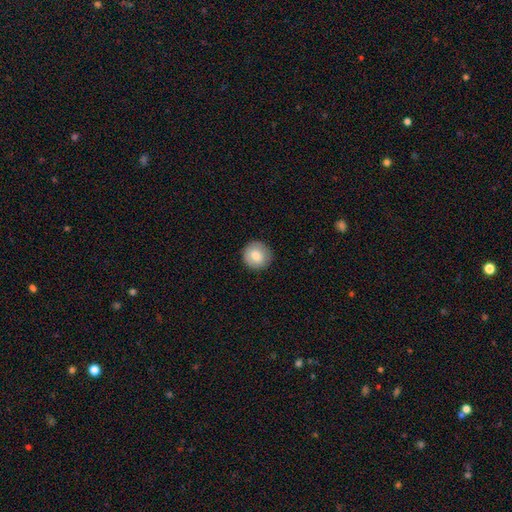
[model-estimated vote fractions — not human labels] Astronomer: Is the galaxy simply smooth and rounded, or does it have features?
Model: smooth — 78%.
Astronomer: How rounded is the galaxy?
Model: round — 94%.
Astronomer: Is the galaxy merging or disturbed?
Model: none — 90%.